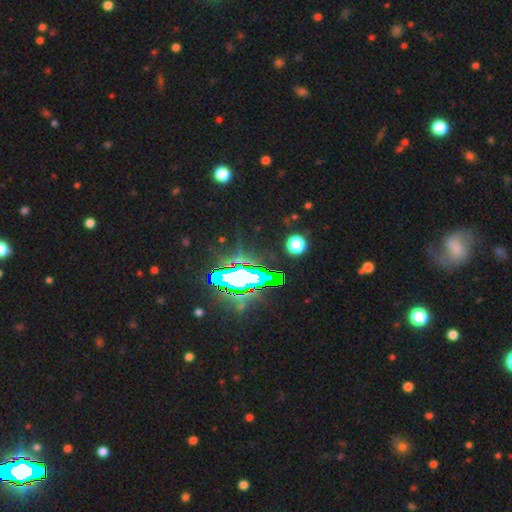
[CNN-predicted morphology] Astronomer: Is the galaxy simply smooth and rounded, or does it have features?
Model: star or artifact — 76%.